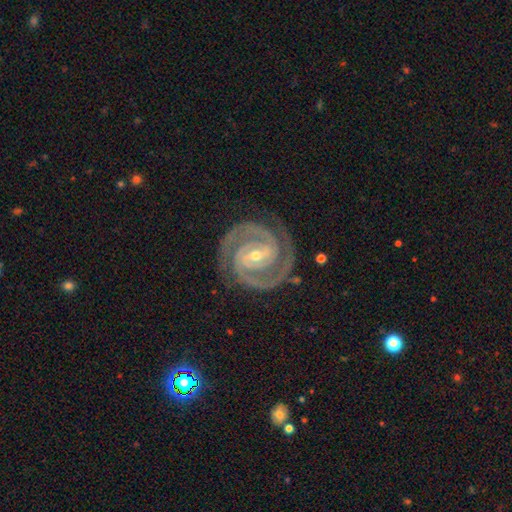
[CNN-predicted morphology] Smooth or featured? Predicted: featured or disk (p=0.94). Edge-on disk? Predicted: no (p=0.98). Bar? Predicted: strong (p=0.45). Spiral arms? Predicted: yes (p=0.99). Spiral winding? Predicted: tight (p=0.80). Spiral arm count? Predicted: 2 (p=0.91). Bulge size? Predicted: small (p=0.56). Merging? Predicted: none (p=0.85).